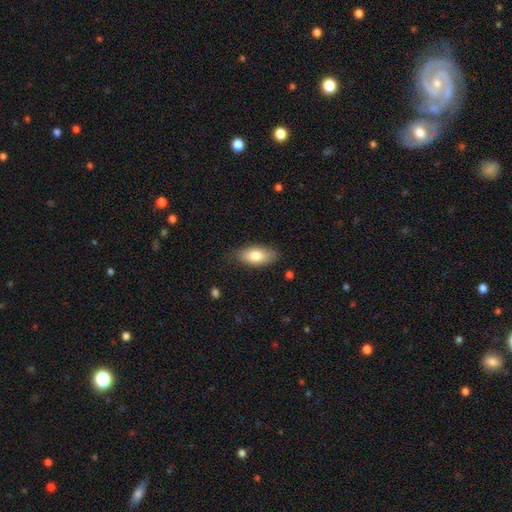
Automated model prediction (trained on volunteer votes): Smooth or featured: smooth — 80% (featured or disk — 14%)
How rounded: in between — 90% (cigar-shaped — 7%)
Merging: none — 79% (minor disturbance — 16%)